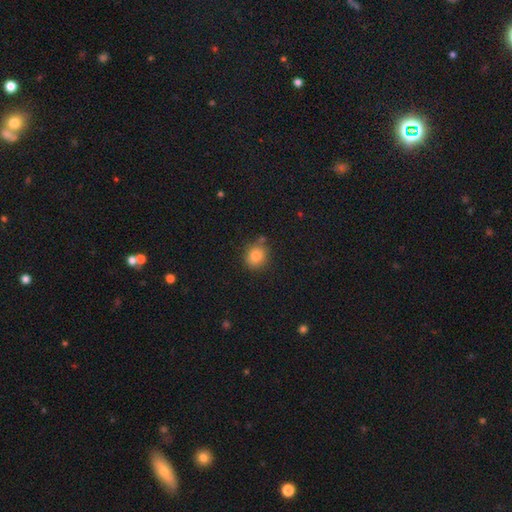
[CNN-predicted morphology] This appears to be a smooth galaxy with no disk features (84%) that is round (77%). Merging: none (78%).